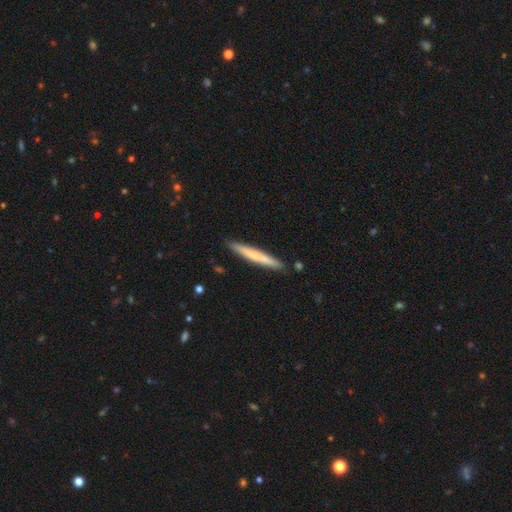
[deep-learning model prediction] smooth-or-featured: smooth: 61% | featured or disk: 34% | star or artifact: 5%
  how-rounded: cigar-shaped: 96% | in between: 3% | round: 1%
  merging: none: 90% | minor disturbance: 7% | merger: 2% | major disturbance: 1%